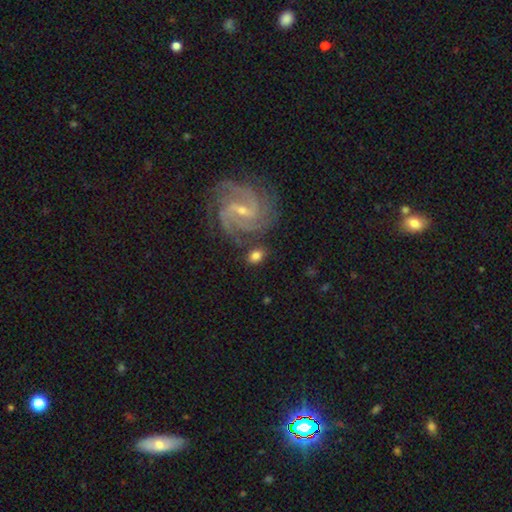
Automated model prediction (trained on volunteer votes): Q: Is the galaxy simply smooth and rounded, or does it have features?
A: smooth — 57%.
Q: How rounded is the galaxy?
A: in between — 58%.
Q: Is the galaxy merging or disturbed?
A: none — 75%.